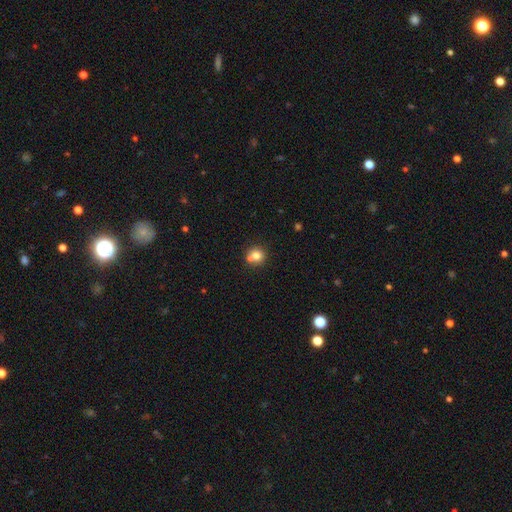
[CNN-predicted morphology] smooth 77%, featured or disk 12%, star or artifact 11%. Down the decision tree: how rounded — round (89%); merging — none (60%).